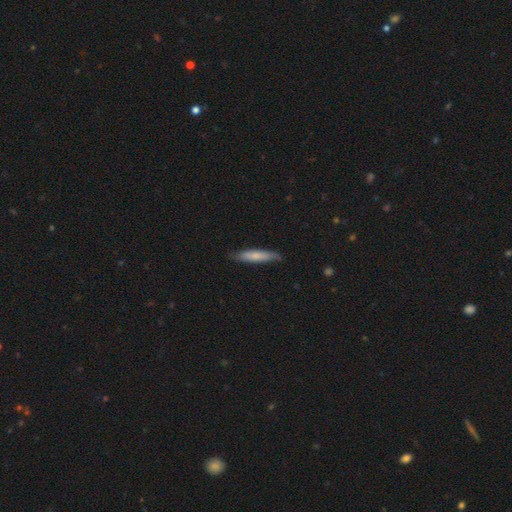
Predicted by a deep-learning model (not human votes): smooth_or_featured: smooth (p=0.70) [alt: featured or disk p=0.25]
how_rounded: cigar-shaped (p=0.86) [alt: in between p=0.13]
merging: none (p=0.81) [alt: minor disturbance p=0.16]